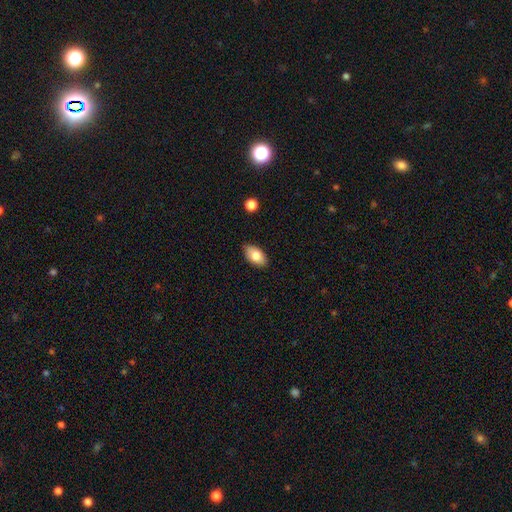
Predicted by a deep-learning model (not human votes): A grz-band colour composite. It shows a smooth galaxy with no disk features (82%) that is in between round and cigar-shaped (93%). Merging: none (86%).